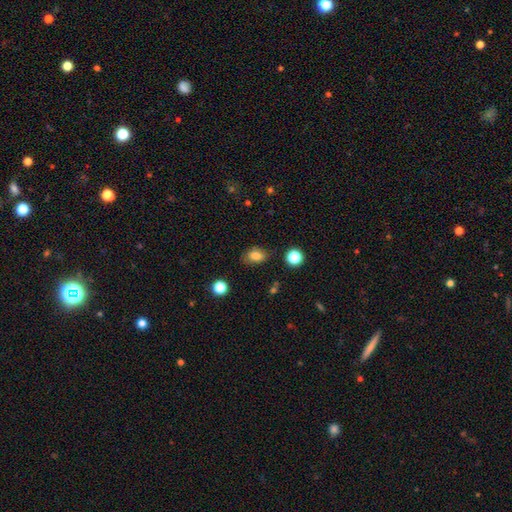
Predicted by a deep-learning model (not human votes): smooth 82%, star or artifact 10%, featured or disk 8%. Down the decision tree: how rounded — in between (81%); merging — none (80%).